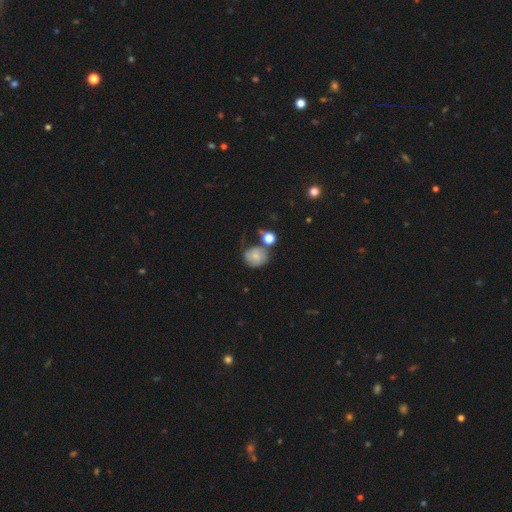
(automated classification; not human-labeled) smooth_or_featured: smooth (p=0.68) [alt: featured or disk p=0.22]
how_rounded: round (p=0.79) [alt: in between p=0.20]
merging: none (p=0.51) [alt: minor disturbance p=0.23]